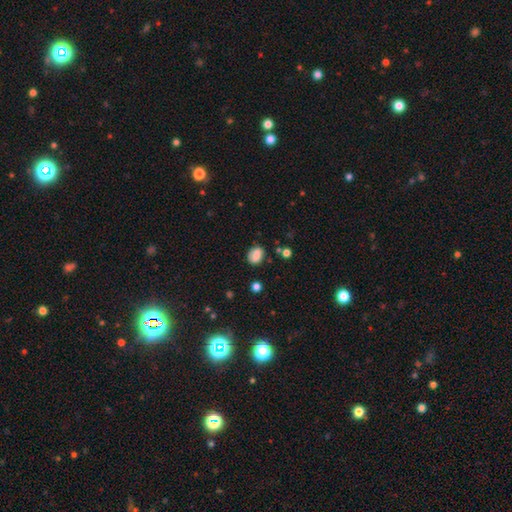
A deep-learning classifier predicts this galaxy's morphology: Q: Smooth or featured?
A: smooth (76%); runner-up: featured or disk (14%)
Q: How rounded?
A: in between (59%); runner-up: round (39%)
Q: Merging?
A: none (75%); runner-up: minor disturbance (17%)